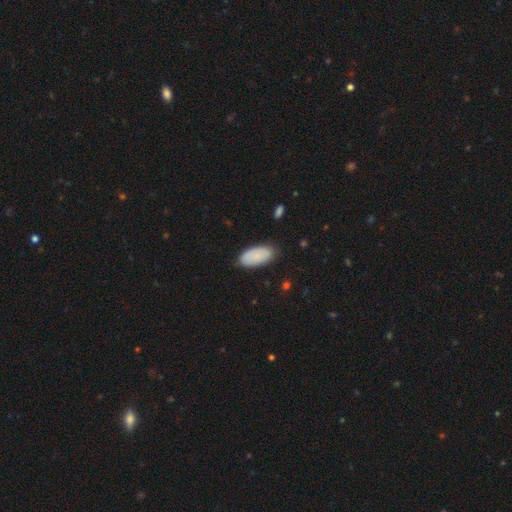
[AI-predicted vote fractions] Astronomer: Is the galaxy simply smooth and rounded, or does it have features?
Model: smooth — 85%.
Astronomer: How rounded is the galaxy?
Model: in between — 93%.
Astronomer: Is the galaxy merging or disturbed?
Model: none — 83%.